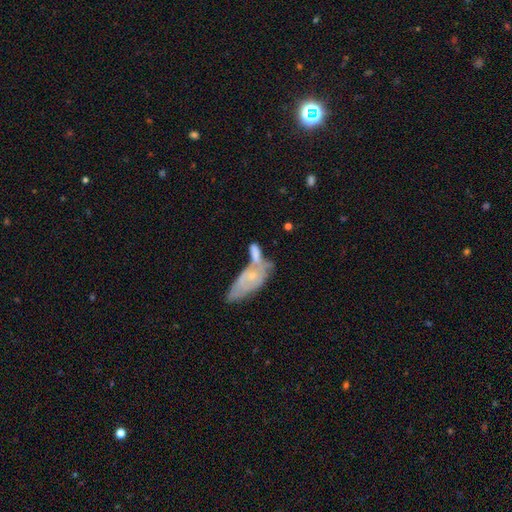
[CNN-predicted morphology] A smooth galaxy with no disk features (54%) that is in between round and cigar-shaped (71%).

Vote fractions:
- Smooth or featured? smooth: 54% / featured or disk: 40% / star or artifact: 7%
- How rounded? in between: 71% / cigar-shaped: 24% / round: 5%
- Merging? merger: 53% / none: 25% / minor disturbance: 14% / major disturbance: 8%